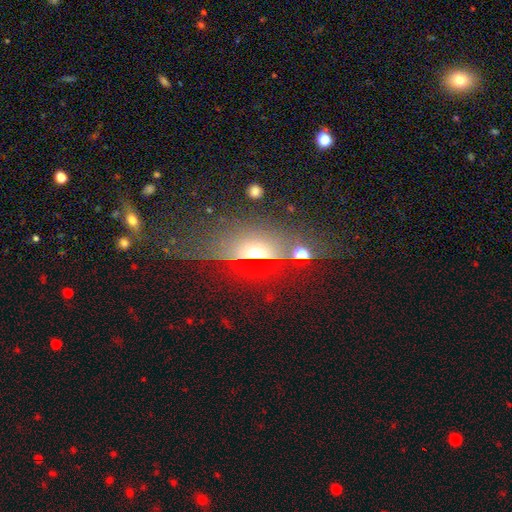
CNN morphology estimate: Q: Smooth or featured?
A: smooth (36%); runner-up: featured or disk (32%)
Q: Merging?
A: none (65%); runner-up: minor disturbance (16%)